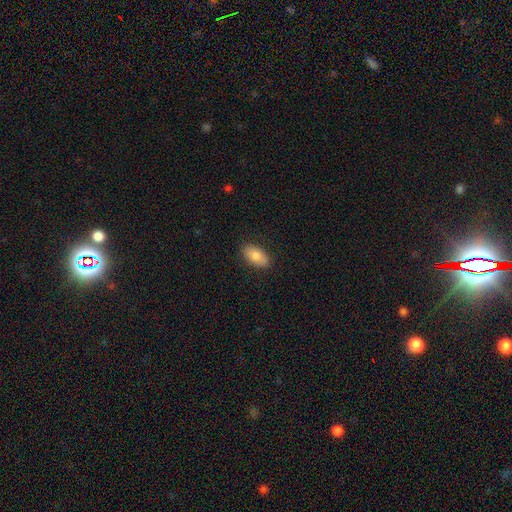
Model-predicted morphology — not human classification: smooth-or-featured: smooth: 82% | featured or disk: 11% | star or artifact: 7%
  how-rounded: in between: 92% | cigar-shaped: 5% | round: 3%
  merging: none: 87% | minor disturbance: 10% | major disturbance: 2% | merger: 1%